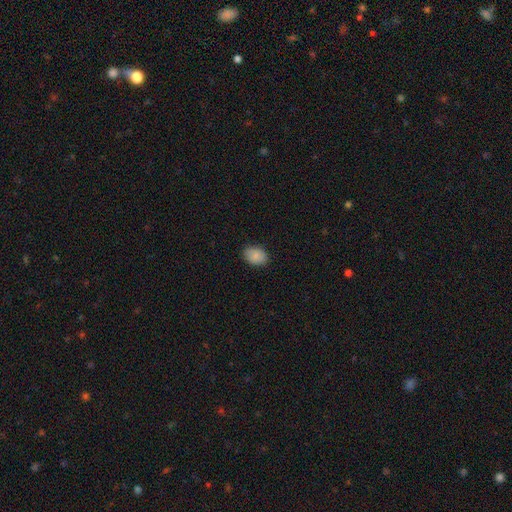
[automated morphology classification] Overall: smooth (87%). How rounded: in between (72%). Merging: none (85%).